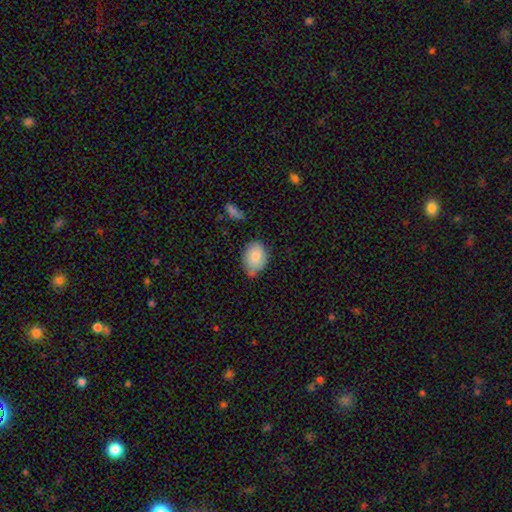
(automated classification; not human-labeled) This appears to be a smooth galaxy with no disk features (83%) that is in between round and cigar-shaped (74%). Merging: none (60%).